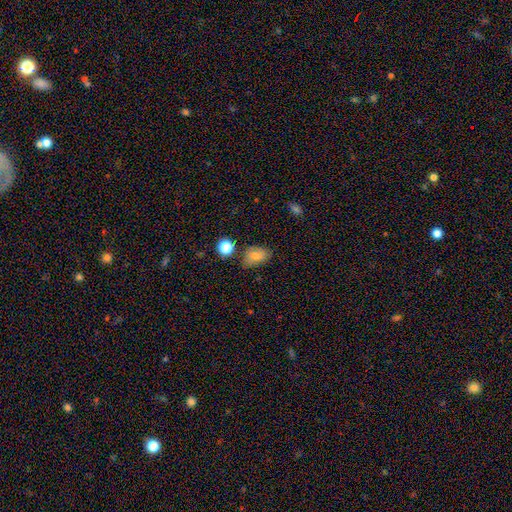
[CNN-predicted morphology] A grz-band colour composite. It shows a smooth galaxy with no disk features (72%) that is in between round and cigar-shaped (81%). Merging: none (71%).